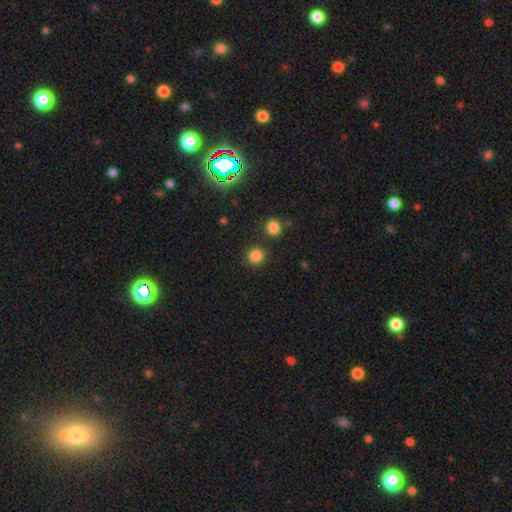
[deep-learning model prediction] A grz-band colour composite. It shows a smooth galaxy with no disk features (84%) that is round (90%). Merging: none (86%).